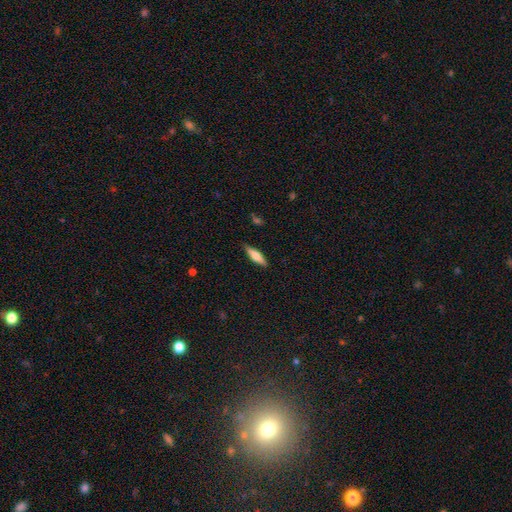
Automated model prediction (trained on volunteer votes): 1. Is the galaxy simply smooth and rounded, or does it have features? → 60% smooth, 34% featured or disk, 6% star or artifact.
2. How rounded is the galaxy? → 63% cigar-shaped, 35% in between, 2% round.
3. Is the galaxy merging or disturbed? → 87% none, 9% minor disturbance, 2% major disturbance, 1% merger.